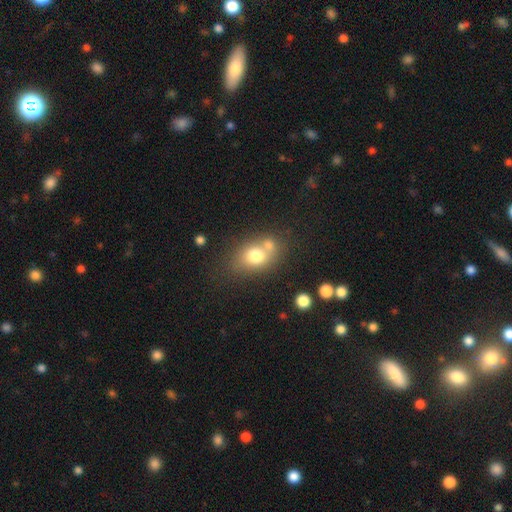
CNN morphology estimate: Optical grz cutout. It shows a smooth galaxy with no disk features (73%) that is in between round and cigar-shaped (64%). Merging: none (44%).